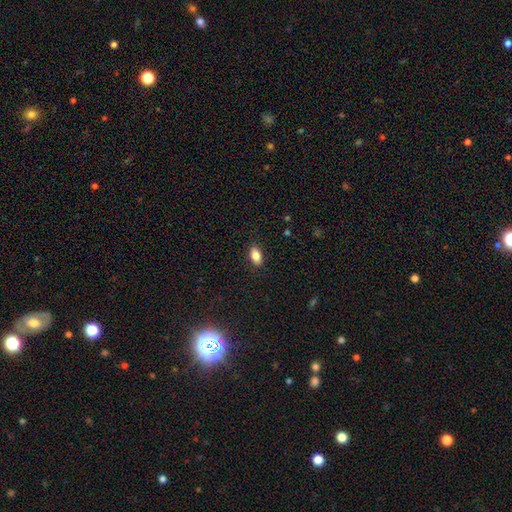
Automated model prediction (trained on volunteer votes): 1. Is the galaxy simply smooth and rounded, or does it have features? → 83% smooth, 9% star or artifact, 8% featured or disk.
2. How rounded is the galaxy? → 89% in between, 7% round, 4% cigar-shaped.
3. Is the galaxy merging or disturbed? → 88% none, 9% minor disturbance, 2% major disturbance, 1% merger.